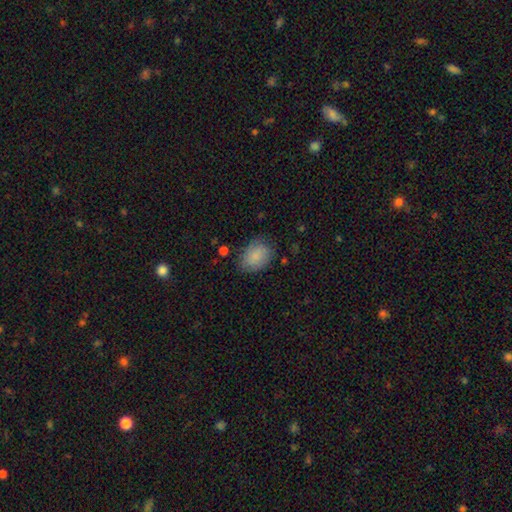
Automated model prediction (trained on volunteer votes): smooth-or-featured: smooth: 85% | featured or disk: 8% | star or artifact: 7%
  how-rounded: in between: 70% | round: 29% | cigar-shaped: 1%
  merging: none: 75% | minor disturbance: 19% | major disturbance: 5% | merger: 2%